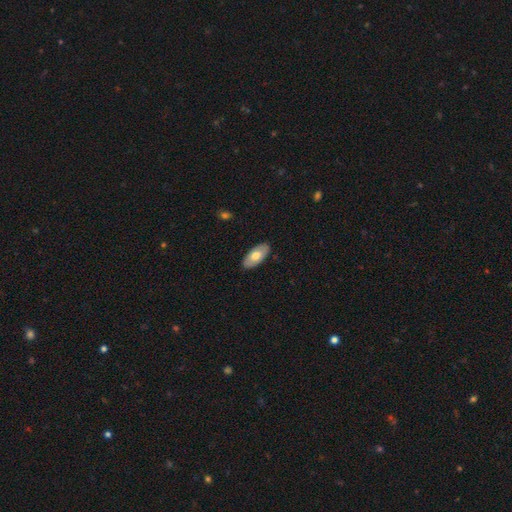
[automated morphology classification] A smooth galaxy with no disk features (60%) that is in between round and cigar-shaped (93%). Merging: none (87%).